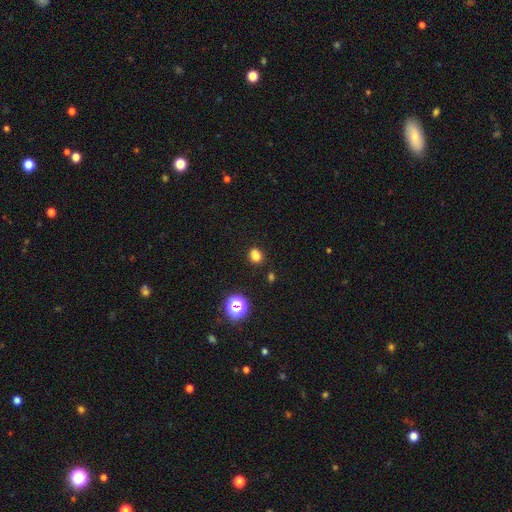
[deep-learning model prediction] smooth 77%, star or artifact 17%, featured or disk 6%. Down the decision tree: how rounded — round (54%); merging — none (78%).